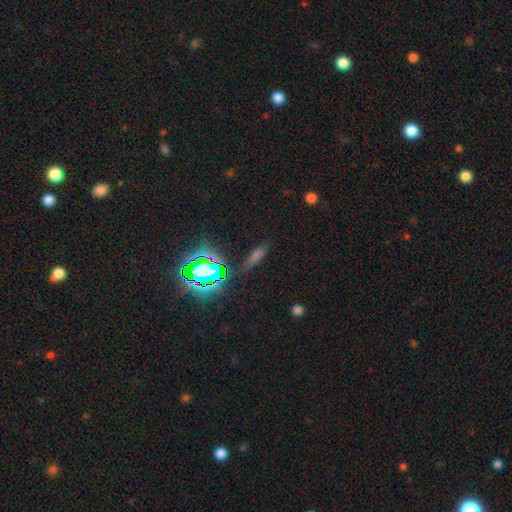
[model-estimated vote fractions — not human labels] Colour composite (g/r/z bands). It shows a smooth galaxy with no disk features (45%). Merging: none (80%).